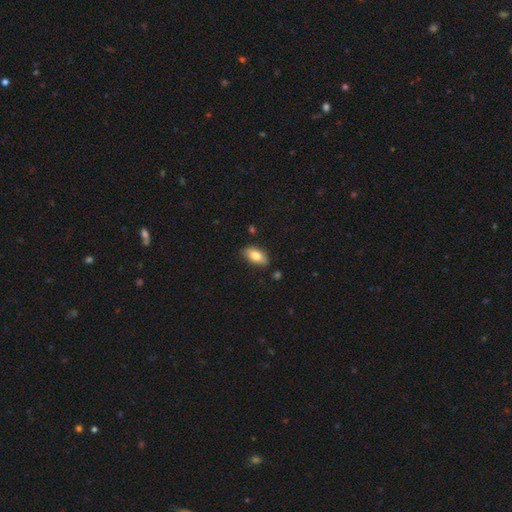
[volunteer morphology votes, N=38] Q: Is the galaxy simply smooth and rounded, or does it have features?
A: smooth — 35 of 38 (92%).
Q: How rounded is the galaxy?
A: in between — 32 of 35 (91%).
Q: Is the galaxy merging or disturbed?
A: none — 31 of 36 (86%).